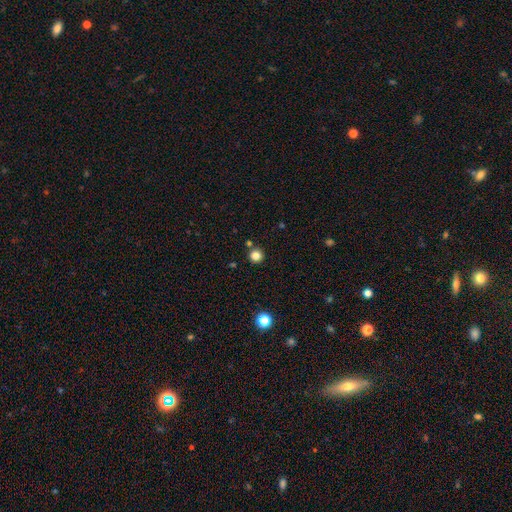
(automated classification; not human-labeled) smooth 83%, star or artifact 13%, featured or disk 4%. Down the decision tree: how rounded — round (95%); merging — none (87%).